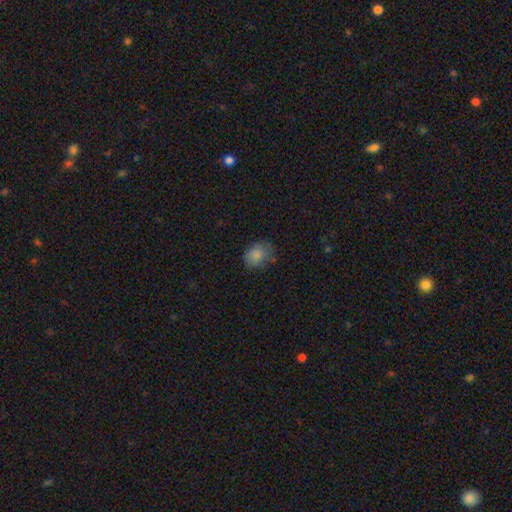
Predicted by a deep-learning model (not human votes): smooth 81%, star or artifact 10%, featured or disk 9%. Down the decision tree: how rounded — round (51%); merging — none (70%).